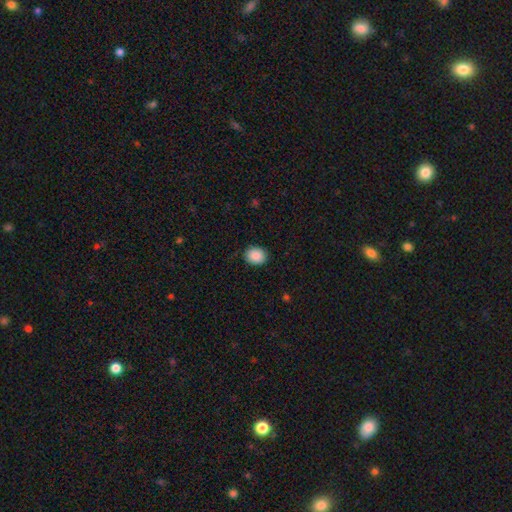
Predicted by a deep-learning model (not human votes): A smooth galaxy with no disk features (89%) that is round (60%).

Vote fractions:
- Smooth or featured? smooth: 89% / star or artifact: 8% / featured or disk: 3%
- How rounded? round: 60% / in between: 39% / cigar-shaped: 1%
- Merging? none: 87% / minor disturbance: 10% / major disturbance: 2% / merger: 1%